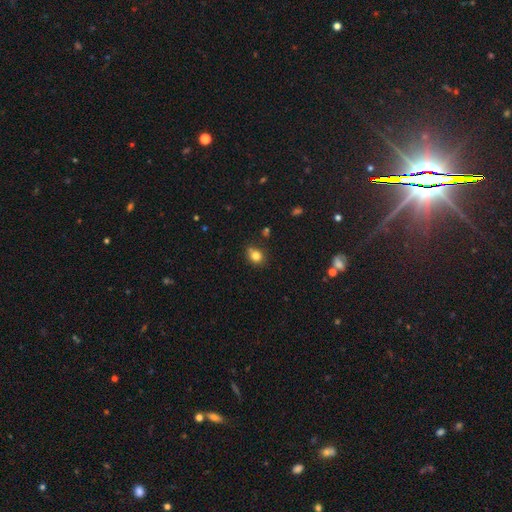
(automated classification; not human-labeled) This is clearly a smooth galaxy (81%). How rounded: possibly round (57%). Merging: likely none (72%).